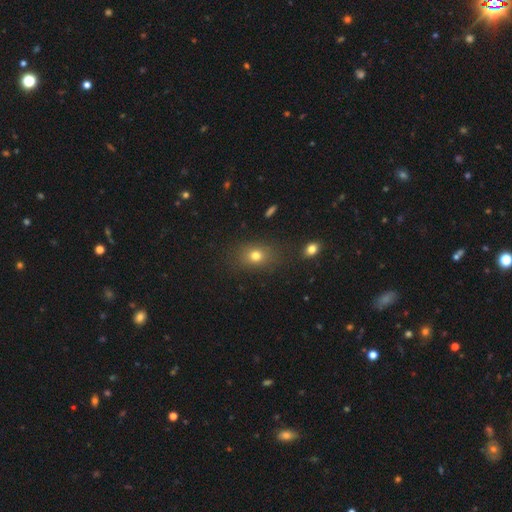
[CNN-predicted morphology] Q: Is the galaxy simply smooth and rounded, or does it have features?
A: smooth — 75%.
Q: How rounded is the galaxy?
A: in between — 57%.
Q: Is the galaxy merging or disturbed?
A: none — 81%.